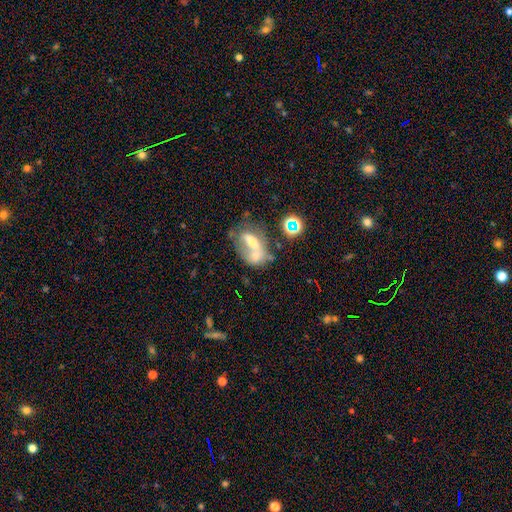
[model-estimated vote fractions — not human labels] This appears to be a smooth galaxy with no disk features (49%). Merging: merger (64%).